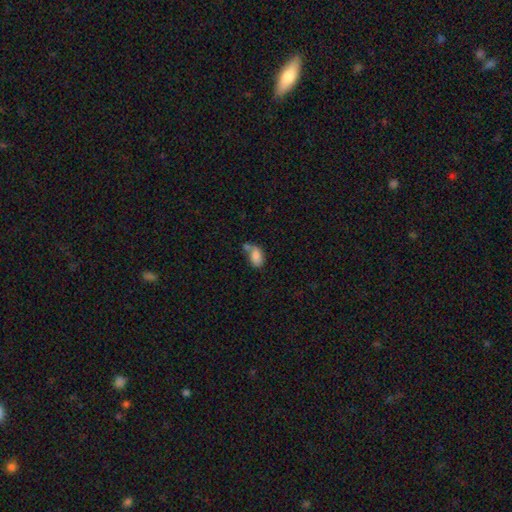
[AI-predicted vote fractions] smooth 83%, featured or disk 9%, star or artifact 9%. Down the decision tree: how rounded — in between (89%); merging — none (36%).